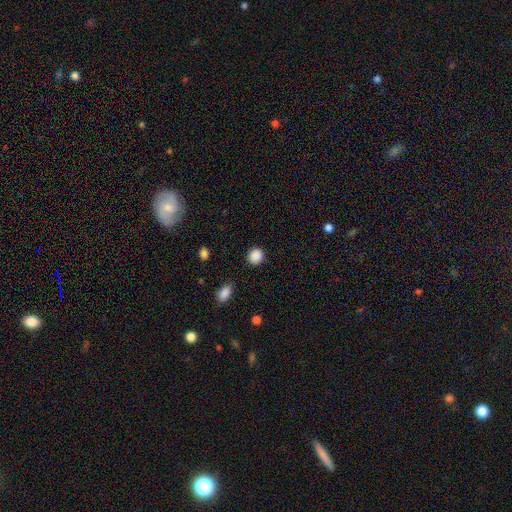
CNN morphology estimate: smooth-or-featured: smooth: 88% | star or artifact: 9% | featured or disk: 3%
  how-rounded: round: 85% | in between: 14% | cigar-shaped: 1%
  merging: none: 87% | minor disturbance: 8% | major disturbance: 3% | merger: 2%